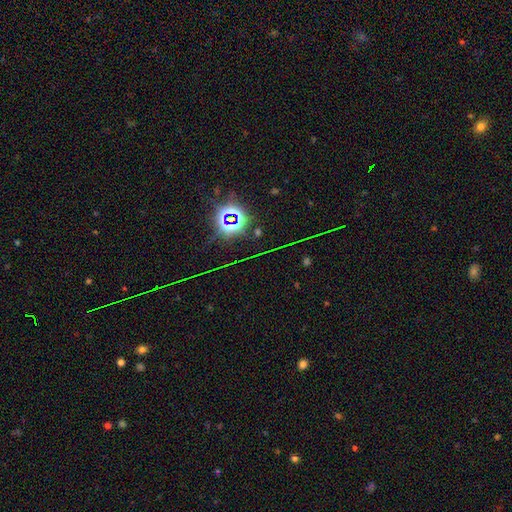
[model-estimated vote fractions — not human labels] This is clearly a star or artifact rather than a galaxy (82%).